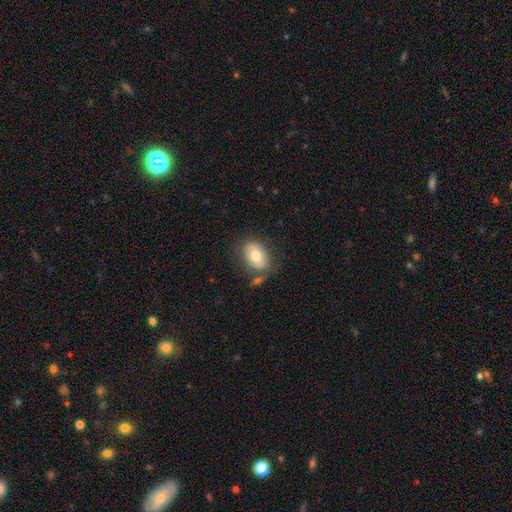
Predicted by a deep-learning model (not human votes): This appears to be a smooth galaxy with no disk features (73%) that is in between round and cigar-shaped (85%). Merging: none (68%).